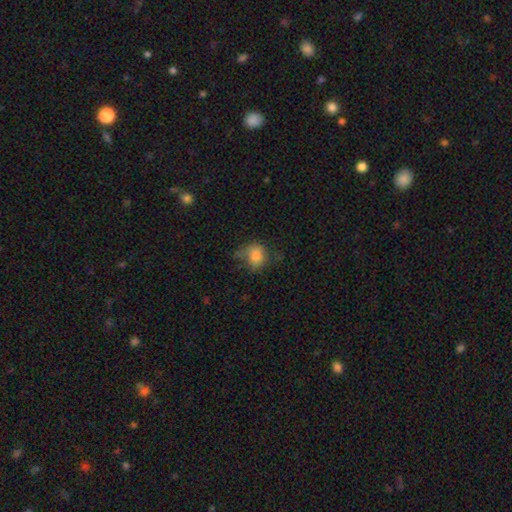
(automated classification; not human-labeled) Smooth or featured: smooth — 75% (featured or disk — 14%)
How rounded: round — 63% (in between — 36%)
Merging: none — 43% (minor disturbance — 31%)